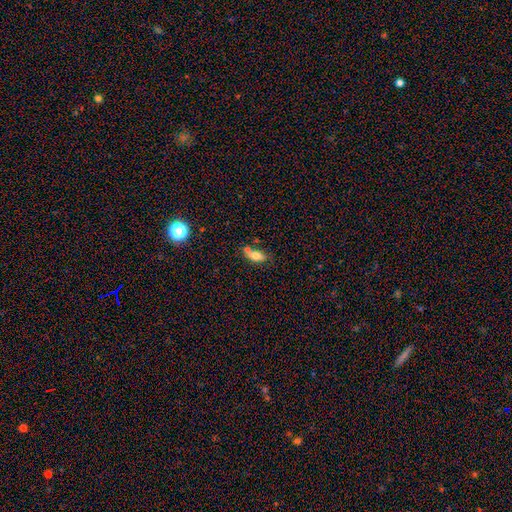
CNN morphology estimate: type=smooth (74%); roundness=in between (84%); merging=none (44%).